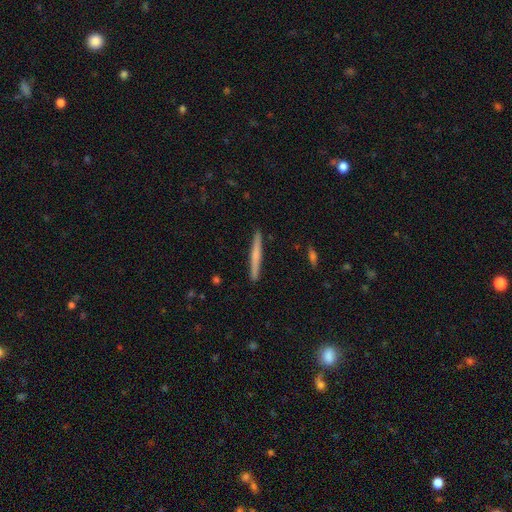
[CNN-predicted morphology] smooth-or-featured: smooth: 54% | featured or disk: 41% | star or artifact: 6%
  how-rounded: cigar-shaped: 96% | in between: 2% | round: 1%
  merging: none: 92% | minor disturbance: 6% | major disturbance: 1% | merger: 1%